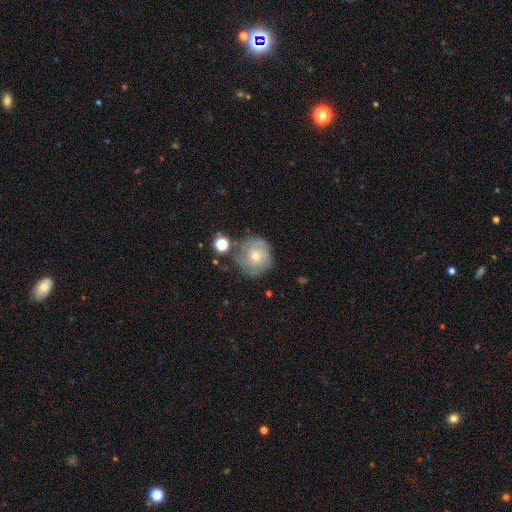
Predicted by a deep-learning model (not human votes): Overall: featured or disk (51%; smooth 39%). Edge-on disk: no (97%). Merging: none (57%; minor disturbance 23%).